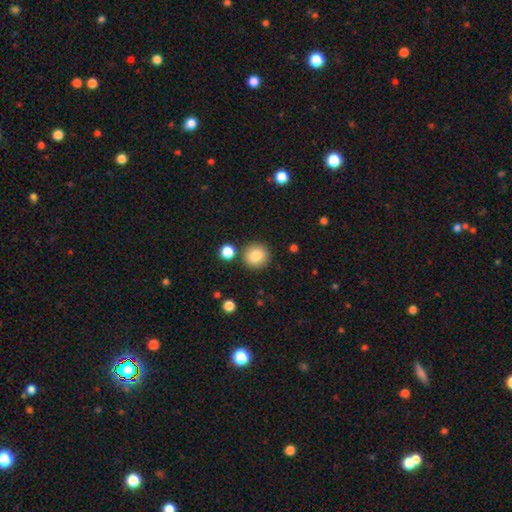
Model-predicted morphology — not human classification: smooth-or-featured: smooth: 84% | star or artifact: 9% | featured or disk: 7%
  how-rounded: round: 92% | in between: 7% | cigar-shaped: 1%
  merging: none: 85% | minor disturbance: 7% | merger: 5% | major disturbance: 2%